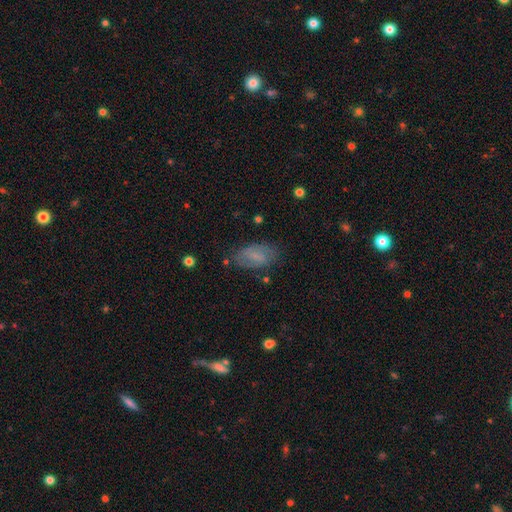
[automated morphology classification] smooth-or-featured: smooth: 52% | featured or disk: 39% | star or artifact: 10%
  how-rounded: in between: 90% | cigar-shaped: 5% | round: 5%
  merging: none: 75% | minor disturbance: 17% | major disturbance: 6% | merger: 2%